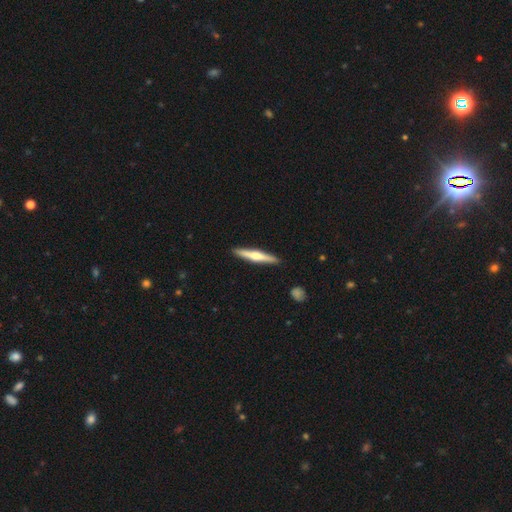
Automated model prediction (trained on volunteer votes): featured or disk 56%, smooth 39%, star or artifact 5%. Down the decision tree: edge-on disk — yes (97%); edge-on bulge — rounded (82%); merging — none (91%).